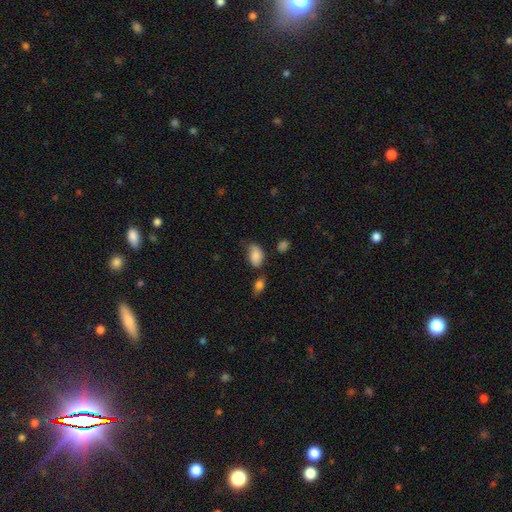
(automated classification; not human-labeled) Smooth or featured?
  - smooth: 78% *
  - featured or disk: 14%
  - star or artifact: 8%
How rounded?
  - in between: 89% *
  - round: 9%
  - cigar-shaped: 2%
Merging?
  - none: 46% *
  - minor disturbance: 35%
  - major disturbance: 11%
  - merger: 8%